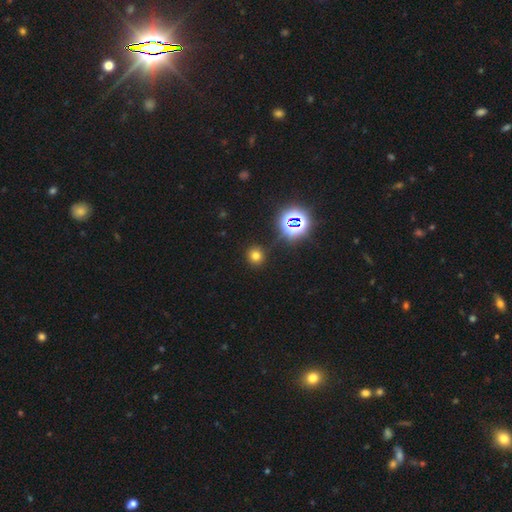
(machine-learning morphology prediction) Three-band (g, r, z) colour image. It shows a smooth galaxy with no disk features (68%) that is round (90%). Merging: none (87%).